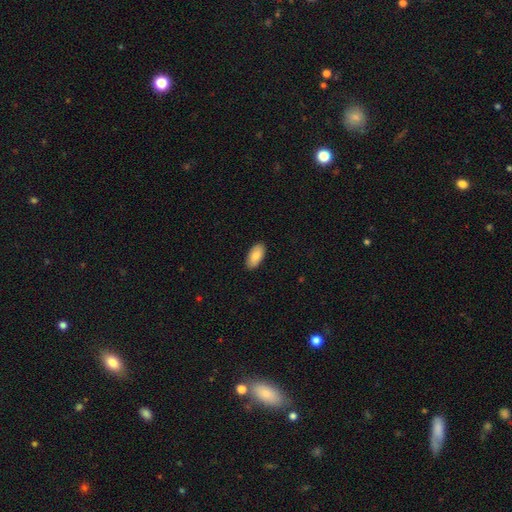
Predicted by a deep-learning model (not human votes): The model was most divided on "smooth or featured": smooth: 83%, featured or disk: 11%, star or artifact: 6%. More confident: how rounded — in between (94%); merging — none (89%).